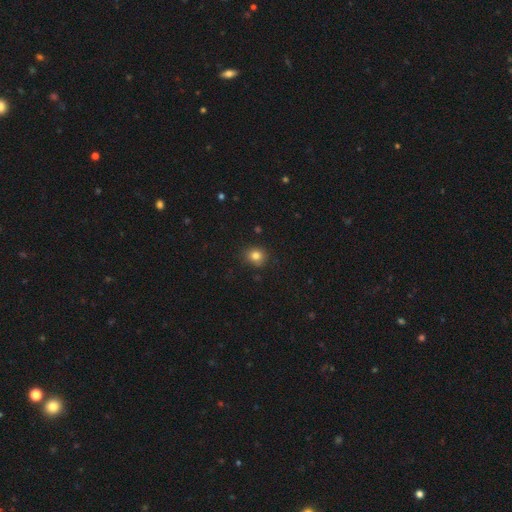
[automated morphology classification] A smooth galaxy with no disk features (82%) that is round (76%).

Vote fractions:
- Smooth or featured? smooth: 82% / star or artifact: 12% / featured or disk: 6%
- How rounded? round: 76% / in between: 23% / cigar-shaped: 1%
- Merging? none: 84% / minor disturbance: 12% / major disturbance: 3% / merger: 1%